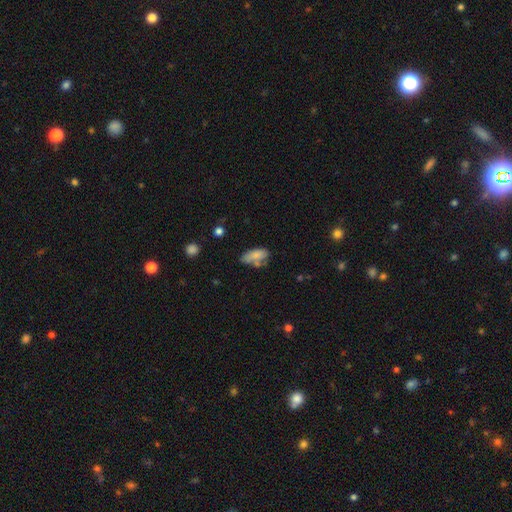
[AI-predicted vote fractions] The model was most divided on "merging": none: 47%, minor disturbance: 29%, merger: 14%, major disturbance: 10%. More confident: how rounded — in between (85%); smooth or featured — smooth (77%).